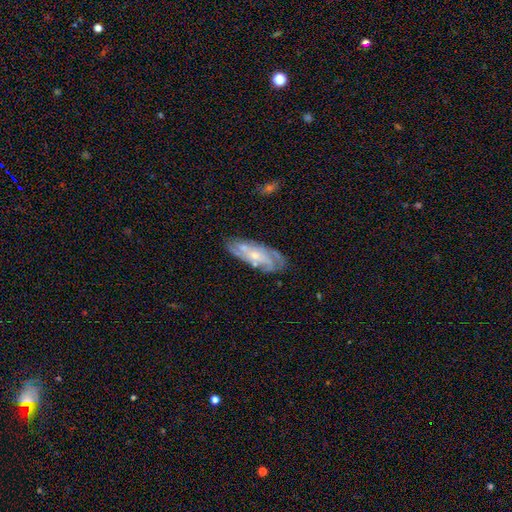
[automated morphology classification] Smooth or featured?
  - featured or disk: 75% *
  - smooth: 19%
  - star or artifact: 6%
Edge-on disk?
  - no: 88% *
  - yes: 12%
Bar?
  - no: 70% *
  - weak: 24%
  - strong: 6%
Spiral arms?
  - yes: 88% *
  - no: 12%
Spiral winding?
  - tight: 52% *
  - medium: 36%
  - loose: 12%
Spiral arm count?
  - can't tell: 38% *
  - 3: 22%
  - 2: 21%
  - 4: 11%
  - 1: 4%
  - more than 4: 4%
Bulge size?
  - small: 65% *
  - moderate: 31%
  - none: 3%
  - large: 1%
  - dominant: 1%
Merging?
  - none: 68% *
  - minor disturbance: 20%
  - major disturbance: 7%
  - merger: 6%